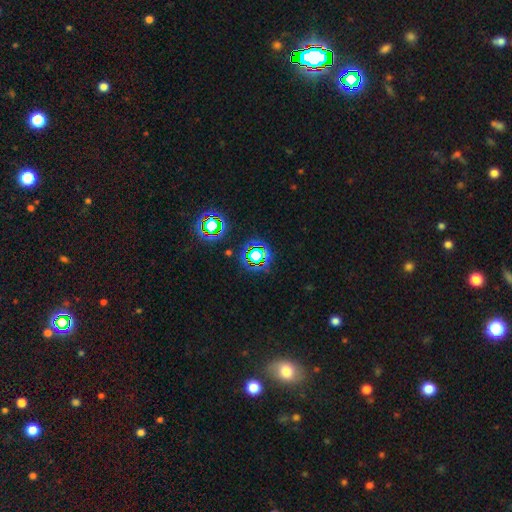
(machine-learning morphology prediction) Smooth or featured? Predicted: star or artifact (p=0.68).